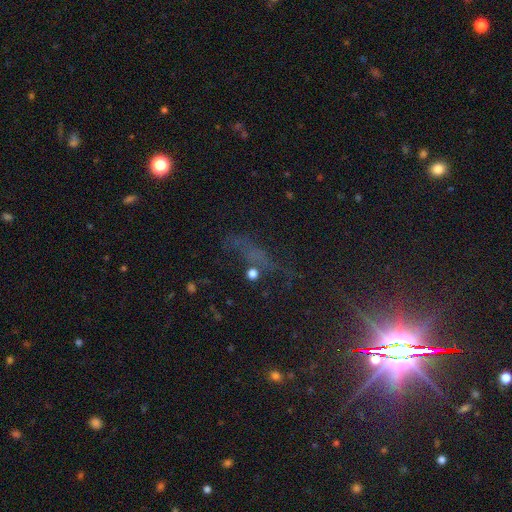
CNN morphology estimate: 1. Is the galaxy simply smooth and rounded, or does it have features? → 58% star or artifact, 22% smooth, 20% featured or disk.